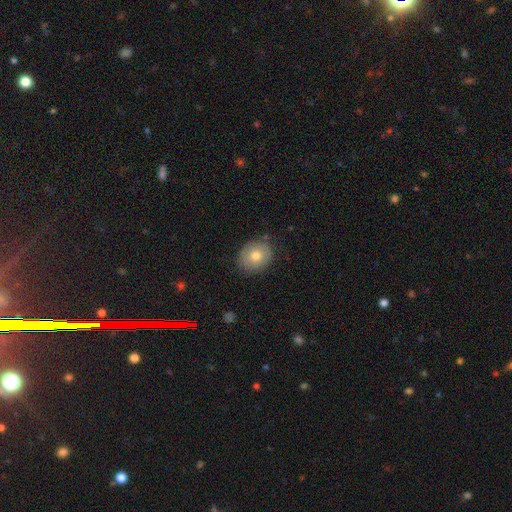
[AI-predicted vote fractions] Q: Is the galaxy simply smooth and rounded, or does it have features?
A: smooth — 75%.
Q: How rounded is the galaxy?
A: round — 57%.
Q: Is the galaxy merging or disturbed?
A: none — 84%.